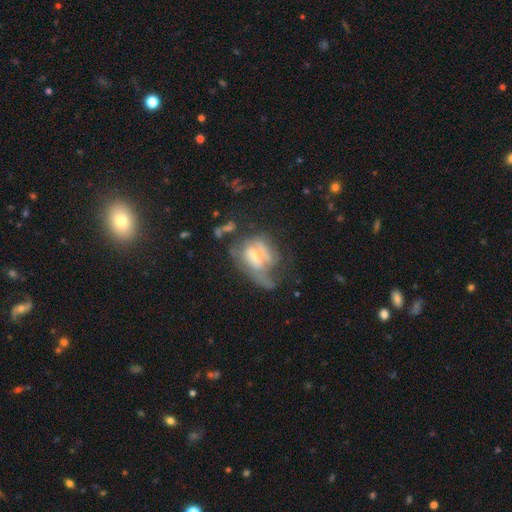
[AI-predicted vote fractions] Q: Smooth or featured?
A: featured or disk (57%); runner-up: smooth (35%)
Q: Edge-on disk?
A: no (94%); runner-up: yes (6%)
Q: Bar?
A: no (64%); runner-up: weak (29%)
Q: Spiral arms?
A: no (51%); runner-up: yes (49%)
Q: Bulge size?
A: moderate (46%); runner-up: small (38%)
Q: Merging?
A: major disturbance (50%); runner-up: none (20%)